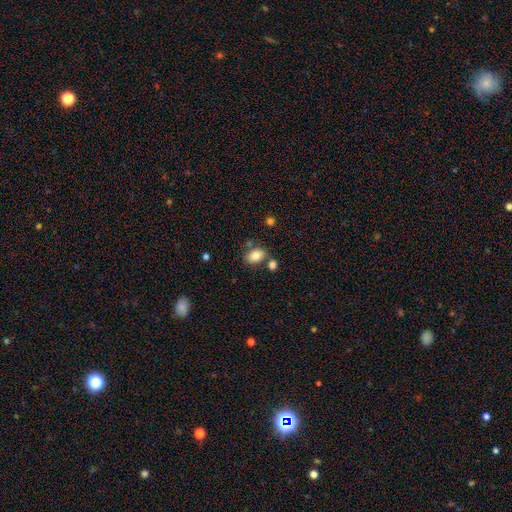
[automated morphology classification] smooth-or-featured: smooth: 81% | featured or disk: 10% | star or artifact: 8%
  how-rounded: in between: 82% | round: 17% | cigar-shaped: 1%
  merging: none: 65% | merger: 16% | minor disturbance: 14% | major disturbance: 4%